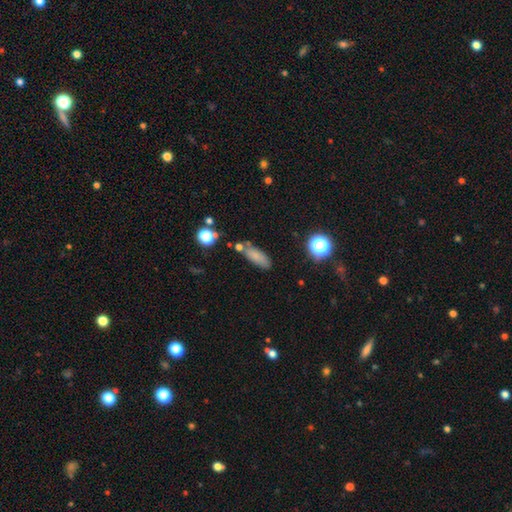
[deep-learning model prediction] Smooth or featured?
  - smooth: 78% *
  - star or artifact: 12%
  - featured or disk: 10%
How rounded?
  - in between: 66% *
  - cigar-shaped: 30%
  - round: 4%
Merging?
  - none: 68% *
  - minor disturbance: 17%
  - merger: 10%
  - major disturbance: 5%